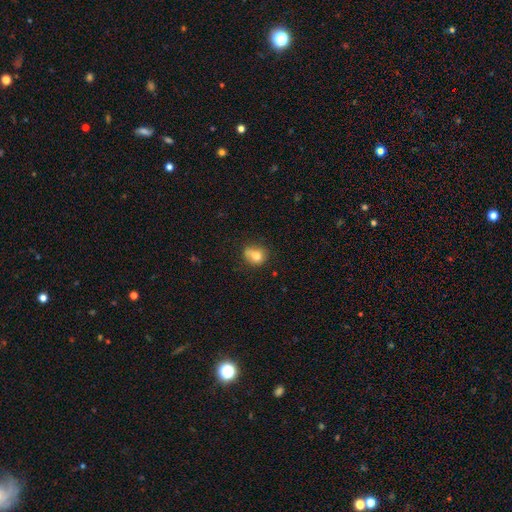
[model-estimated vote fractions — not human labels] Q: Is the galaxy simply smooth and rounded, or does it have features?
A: smooth — 77%.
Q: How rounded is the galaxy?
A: round — 57%.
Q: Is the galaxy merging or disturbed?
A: none — 50%.